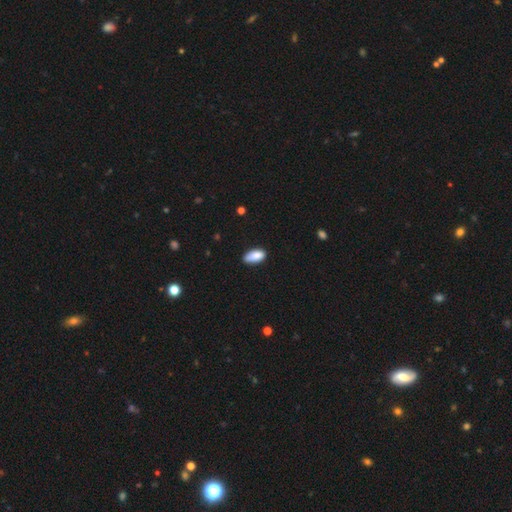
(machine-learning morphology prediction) This appears to be a smooth galaxy with no disk features (87%) that is in between round and cigar-shaped (92%). Merging: none (71%).